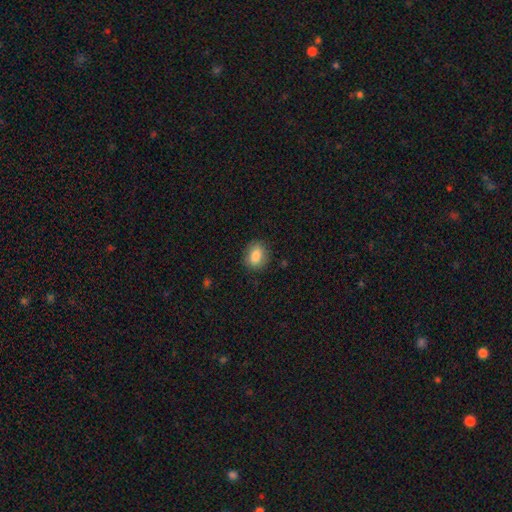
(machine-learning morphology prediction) This is clearly a smooth galaxy (85%). How rounded: possibly in between (59%). Merging: clearly none (83%).